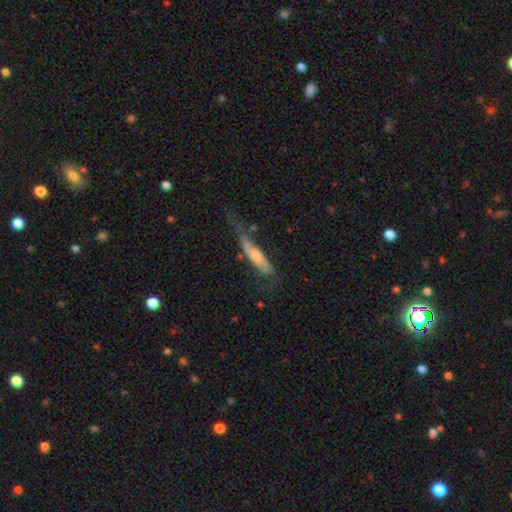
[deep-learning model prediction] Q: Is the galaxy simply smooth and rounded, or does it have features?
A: smooth — 55%.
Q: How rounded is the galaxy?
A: cigar-shaped — 77%.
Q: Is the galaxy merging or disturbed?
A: none — 36%.